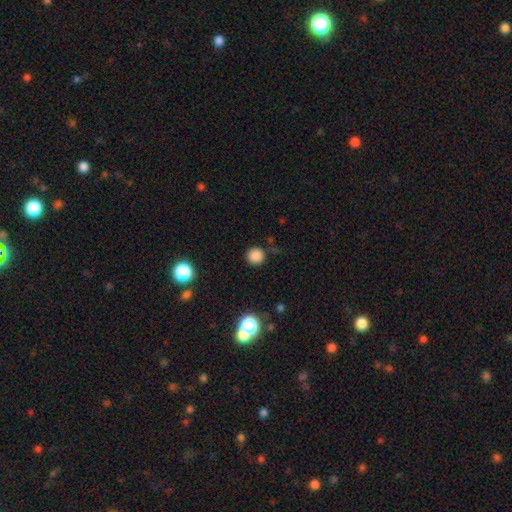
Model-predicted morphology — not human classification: Smooth or featured? Predicted: smooth (p=0.84). How rounded? Predicted: round (p=0.95). Merging? Predicted: none (p=0.88).